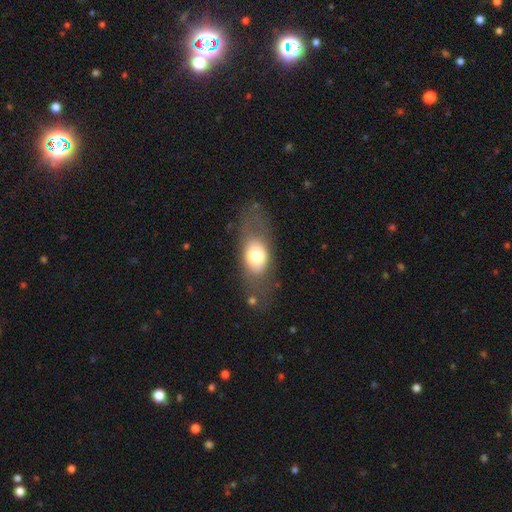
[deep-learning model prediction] smooth 65%, featured or disk 27%, star or artifact 8%. Down the decision tree: how rounded — in between (76%); merging — none (64%).